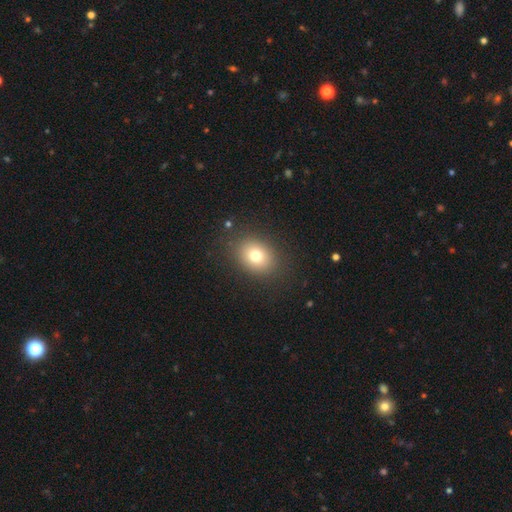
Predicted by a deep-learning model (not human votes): Smooth or featured?
  - smooth: 76% *
  - star or artifact: 13%
  - featured or disk: 11%
How rounded?
  - round: 50% *
  - in between: 49%
  - cigar-shaped: 1%
Merging?
  - none: 86% *
  - minor disturbance: 9%
  - major disturbance: 4%
  - merger: 1%